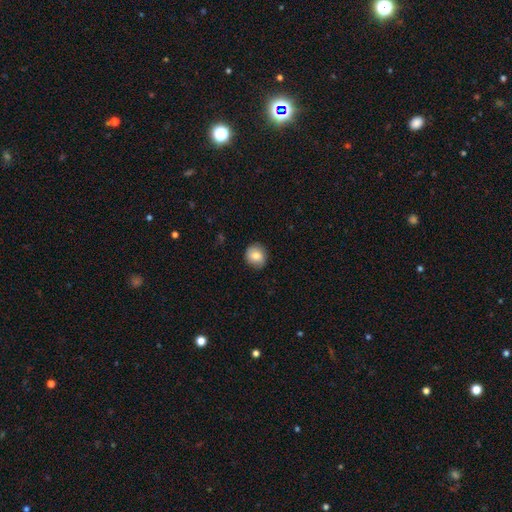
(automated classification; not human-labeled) Q: Smooth or featured?
A: smooth (80%); runner-up: featured or disk (12%)
Q: How rounded?
A: round (84%); runner-up: in between (15%)
Q: Merging?
A: none (84%); runner-up: minor disturbance (12%)